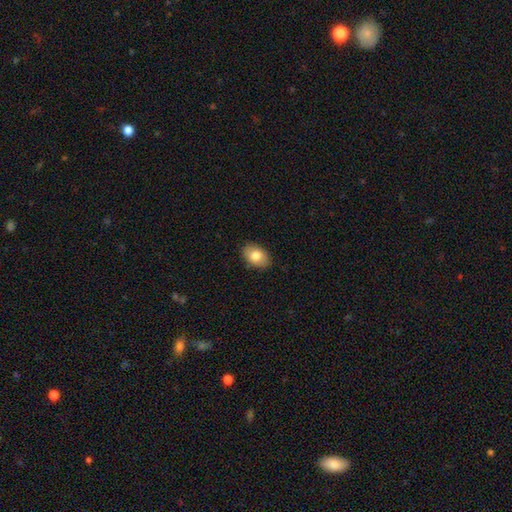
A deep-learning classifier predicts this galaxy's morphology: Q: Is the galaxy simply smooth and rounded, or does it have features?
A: smooth — 81%.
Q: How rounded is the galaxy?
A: in between — 85%.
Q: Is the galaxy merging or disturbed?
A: none — 88%.